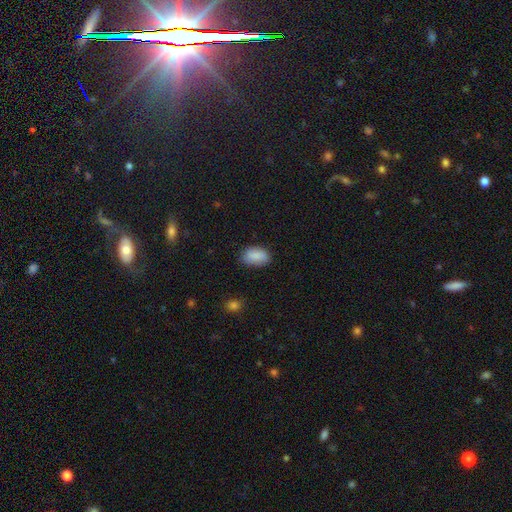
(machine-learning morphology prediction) Smooth or featured? smooth (88%)
How rounded? in between (90%)
Merging? none (77%)